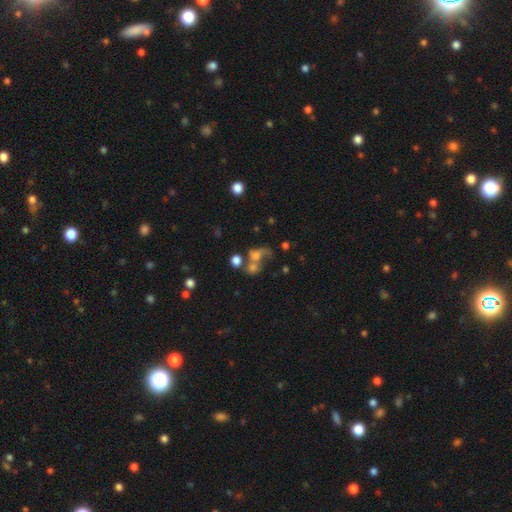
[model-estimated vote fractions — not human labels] smooth-or-featured: smooth: 52% | featured or disk: 29% | star or artifact: 19%
  how-rounded: round: 53% | in between: 44% | cigar-shaped: 3%
  merging: merger: 45% | none: 23% | major disturbance: 22% | minor disturbance: 11%